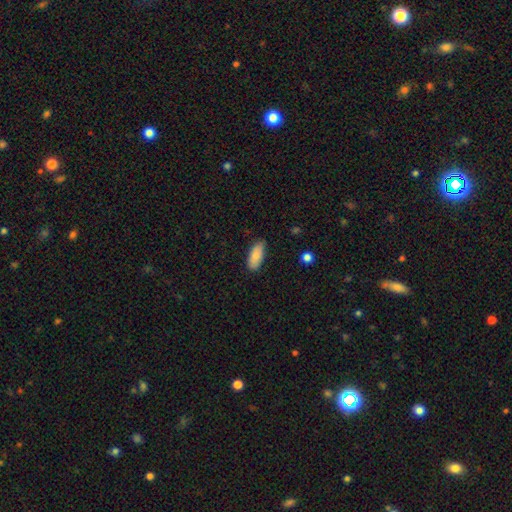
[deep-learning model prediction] smooth-or-featured: smooth: 85% | featured or disk: 9% | star or artifact: 6%
  how-rounded: in between: 85% | cigar-shaped: 13% | round: 2%
  merging: none: 81% | minor disturbance: 15% | major disturbance: 2% | merger: 1%